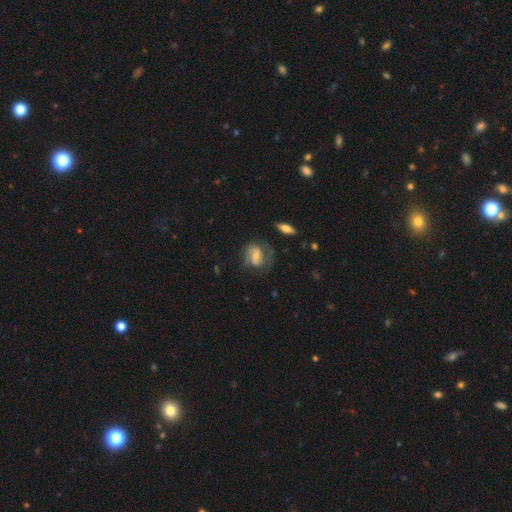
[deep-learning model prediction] Smooth or featured? featured or disk (64%)
Edge-on disk? no (96%)
Bar? weak (44%)
Spiral arms? yes (85%)
Spiral winding? medium (46%)
Spiral arm count? 2 (68%)
Bulge size? small (45%)
Merging? none (55%)